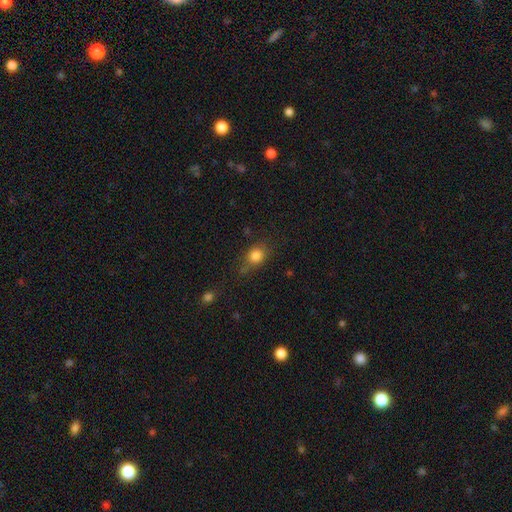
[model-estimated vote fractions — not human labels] This appears to be a smooth galaxy with no disk features (81%) that is round (56%). Merging: none (63%).